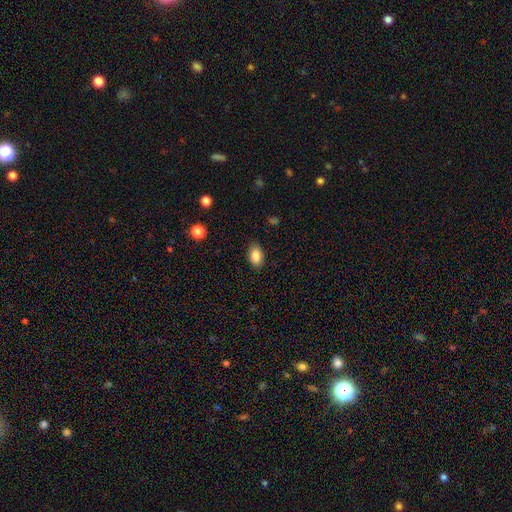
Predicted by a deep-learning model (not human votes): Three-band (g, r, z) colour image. It shows a smooth galaxy with no disk features (86%) that is in between round and cigar-shaped (90%). Merging: none (87%).